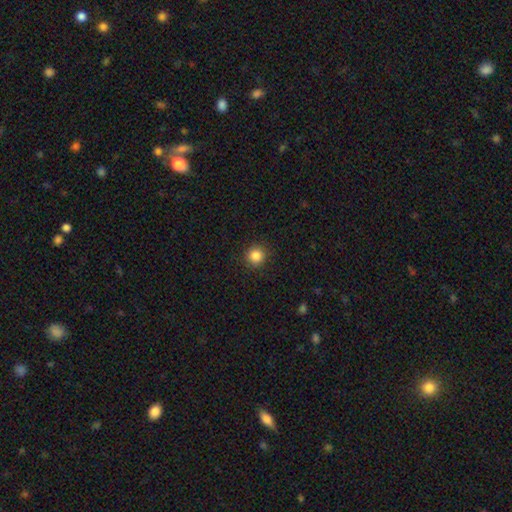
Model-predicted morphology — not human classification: smooth 85%, star or artifact 11%, featured or disk 4%. Down the decision tree: how rounded — round (94%); merging — none (91%).